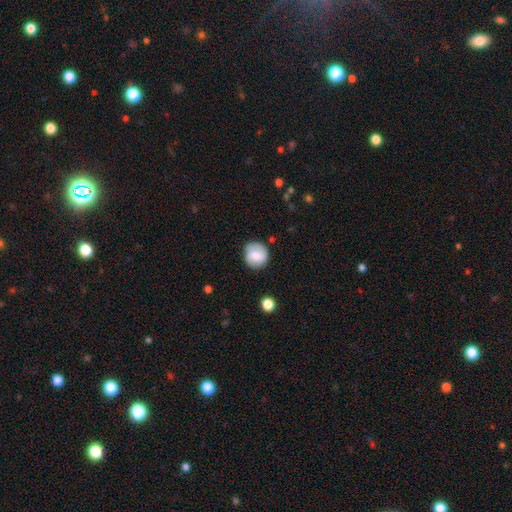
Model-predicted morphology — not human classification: Q: Smooth or featured?
A: smooth (68%); runner-up: featured or disk (25%)
Q: How rounded?
A: round (90%); runner-up: in between (9%)
Q: Merging?
A: none (78%); runner-up: minor disturbance (16%)